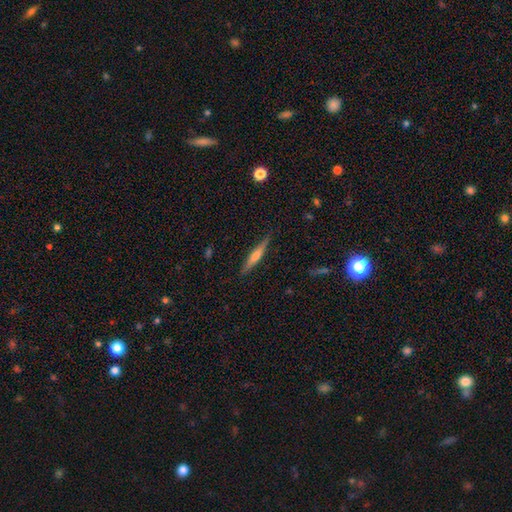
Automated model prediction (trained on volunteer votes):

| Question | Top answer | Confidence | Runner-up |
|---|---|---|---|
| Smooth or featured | featured or disk | 61% | smooth (32%) |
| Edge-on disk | yes | 97% | no (3%) |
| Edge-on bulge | rounded | 69% | none (18%) |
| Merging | none | 89% | minor disturbance (8%) |